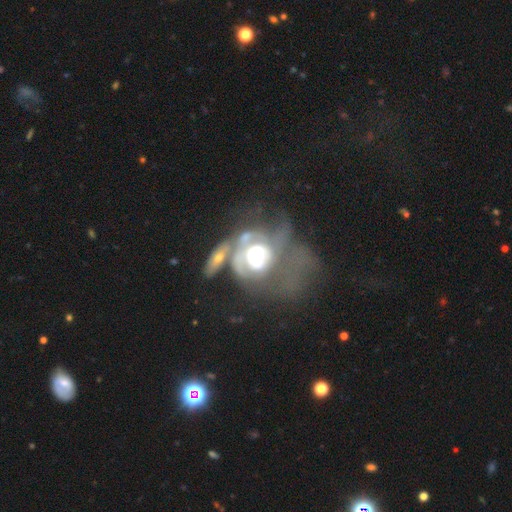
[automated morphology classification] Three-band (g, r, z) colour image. It shows a featured or disk galaxy (72%) with no bar (73%), spiral arms (62%) and a moderate central bulge (45%). Merging: major disturbance (40%).